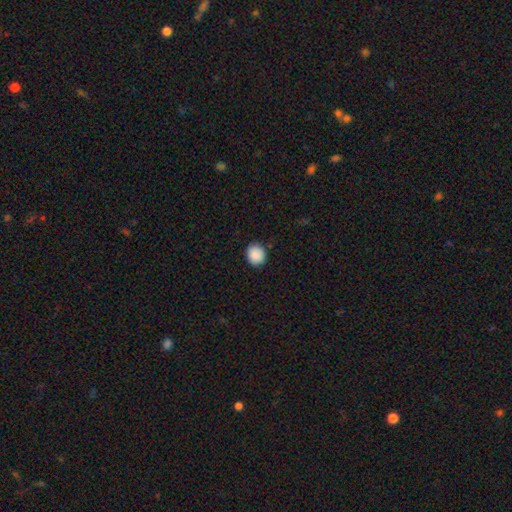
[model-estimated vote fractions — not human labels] A smooth galaxy with no disk features (89%) that is round (74%).

Vote fractions:
- Smooth or featured? smooth: 89% / star or artifact: 8% / featured or disk: 3%
- How rounded? round: 74% / in between: 25% / cigar-shaped: 1%
- Merging? none: 87% / minor disturbance: 10% / major disturbance: 2% / merger: 1%